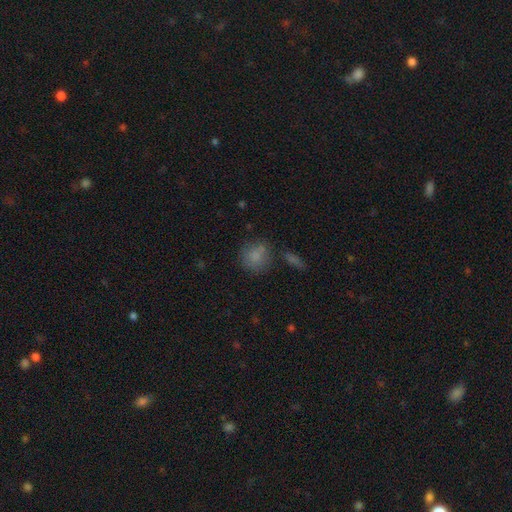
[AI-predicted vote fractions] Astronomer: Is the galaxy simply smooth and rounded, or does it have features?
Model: smooth — 80%.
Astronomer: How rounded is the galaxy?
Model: round — 84%.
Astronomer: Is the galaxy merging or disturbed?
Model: none — 65%.